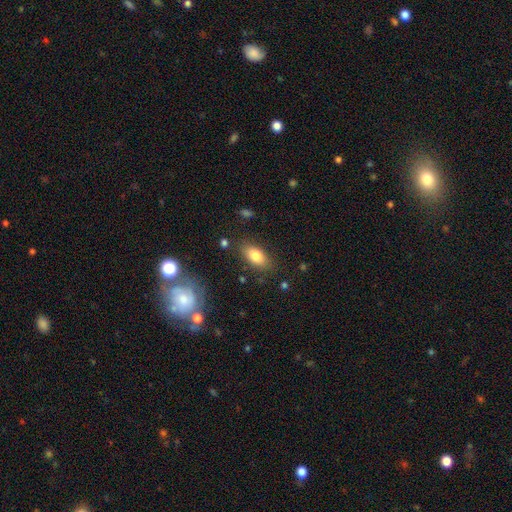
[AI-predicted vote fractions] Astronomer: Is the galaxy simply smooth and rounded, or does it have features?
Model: smooth — 80%.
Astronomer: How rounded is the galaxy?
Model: in between — 88%.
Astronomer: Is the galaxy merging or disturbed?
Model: none — 82%.